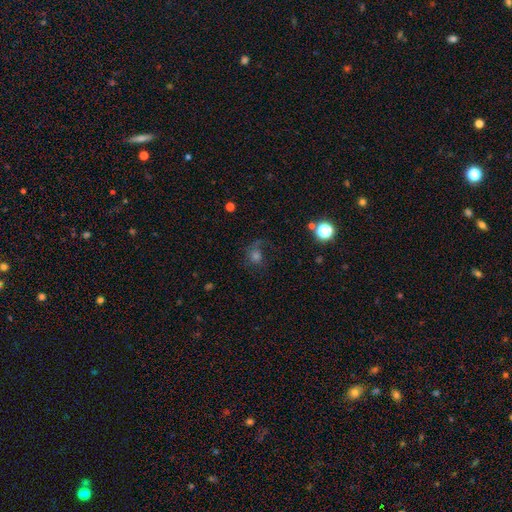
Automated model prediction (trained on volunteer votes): Q: Smooth or featured?
A: smooth (43%); runner-up: featured or disk (32%)
Q: Merging?
A: none (49%); runner-up: major disturbance (30%)